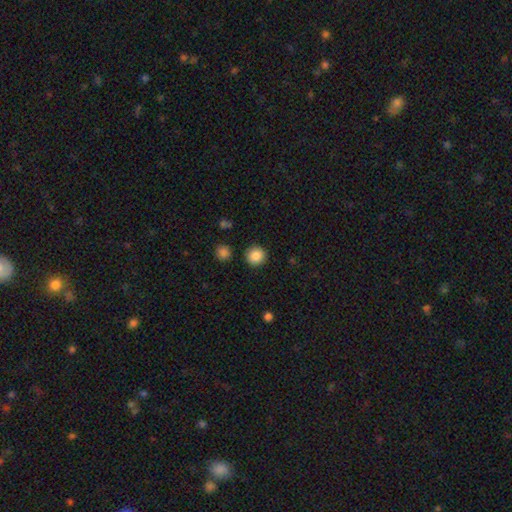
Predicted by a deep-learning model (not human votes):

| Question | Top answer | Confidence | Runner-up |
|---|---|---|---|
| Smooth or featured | smooth | 87% | star or artifact (10%) |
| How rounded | round | 94% | in between (5%) |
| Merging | none | 90% | minor disturbance (6%) |